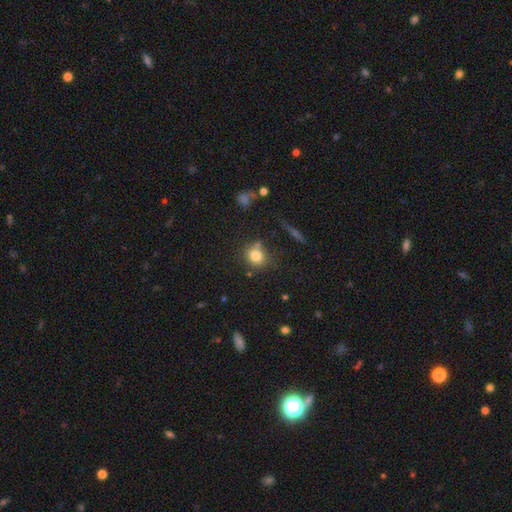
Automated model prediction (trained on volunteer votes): Morphology: type=smooth (79%); roundness=round (81%); merging=none (72%).